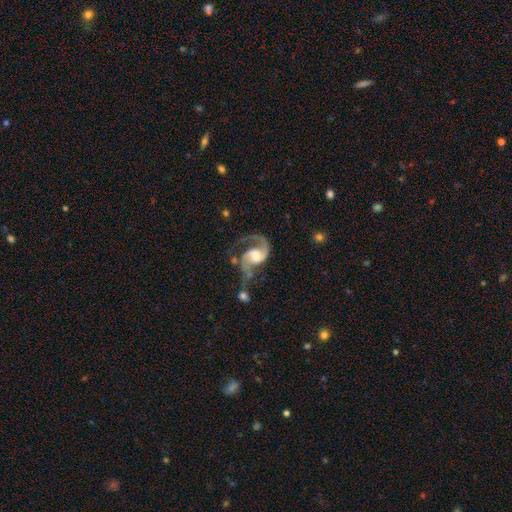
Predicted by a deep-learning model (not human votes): This is clearly a featured or disk galaxy (91%). It is clearly not viewed edge-on (98%). Bar: possibly no (49%). Spiral arm pattern: clearly yes (97%). Spiral arm count: clearly 2 (86%). Spiral winding: possibly medium (50%). Central bulge: marginally moderate (38%). Merging: marginally none (41%).